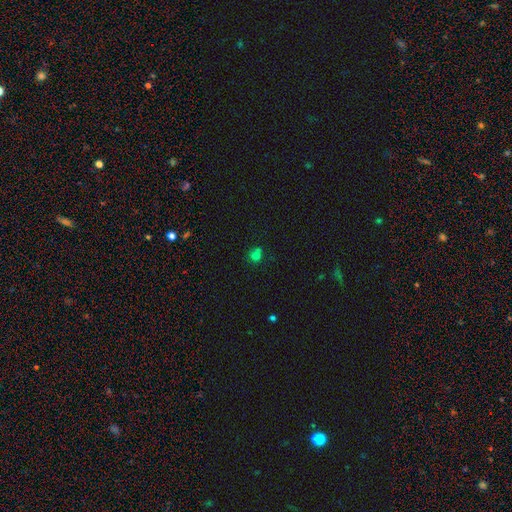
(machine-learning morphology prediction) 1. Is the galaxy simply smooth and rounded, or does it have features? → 72% smooth, 19% star or artifact, 9% featured or disk.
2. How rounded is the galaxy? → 80% round, 19% in between, 1% cigar-shaped.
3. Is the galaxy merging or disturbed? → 55% none, 23% merger, 16% minor disturbance, 6% major disturbance.